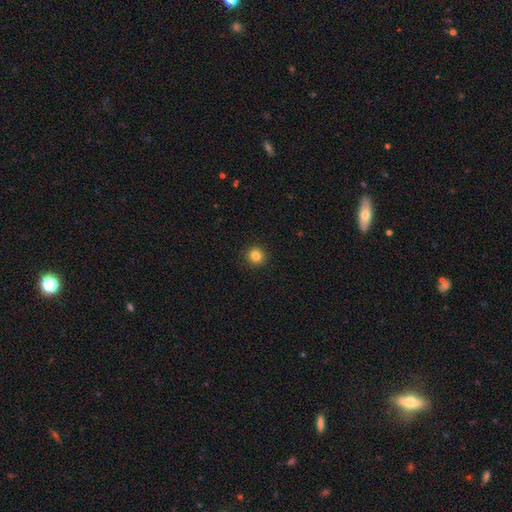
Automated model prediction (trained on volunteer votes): This appears to be a smooth galaxy with no disk features (83%) that is round (93%). Merging: none (92%).